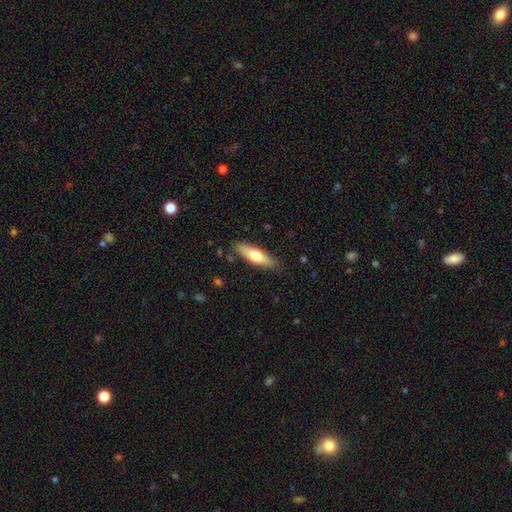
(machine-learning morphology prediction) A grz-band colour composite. It shows a smooth galaxy with no disk features (62%) that is cigar-shaped (57%). Merging: none (85%).